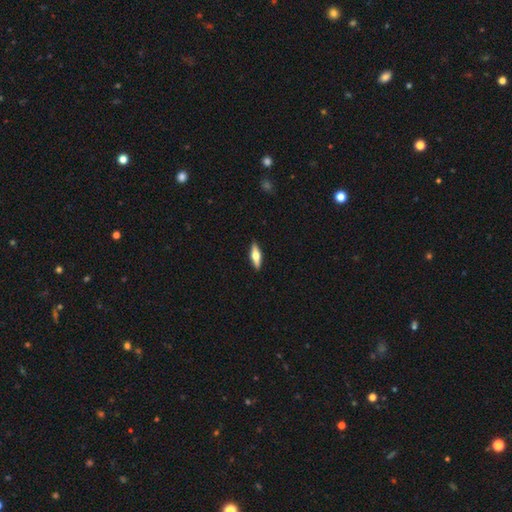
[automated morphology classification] featured or disk 50%, smooth 44%, star or artifact 6%. Down the decision tree: edge-on disk — yes (93%); merging — none (90%).